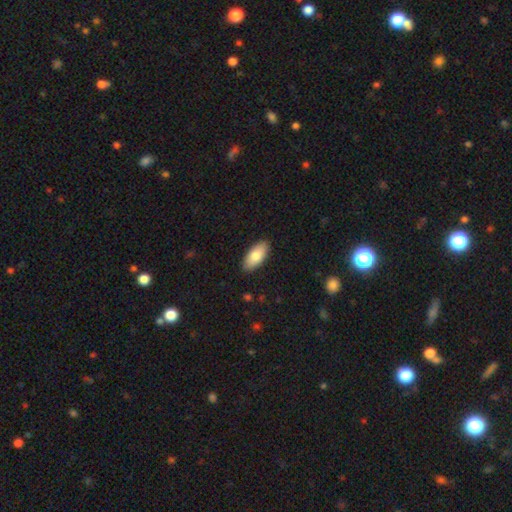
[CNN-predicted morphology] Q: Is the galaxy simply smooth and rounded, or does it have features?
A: smooth — 80%.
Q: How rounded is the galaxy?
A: in between — 91%.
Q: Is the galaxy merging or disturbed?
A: none — 89%.